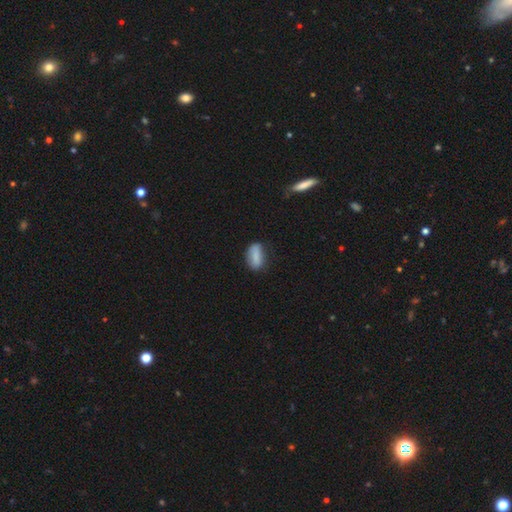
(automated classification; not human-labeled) A smooth galaxy with no disk features (79%) that is in between round and cigar-shaped (82%).

Vote fractions:
- Smooth or featured? smooth: 79% / featured or disk: 13% / star or artifact: 8%
- How rounded? in between: 82% / cigar-shaped: 11% / round: 7%
- Merging? none: 70% / minor disturbance: 23% / major disturbance: 5% / merger: 2%